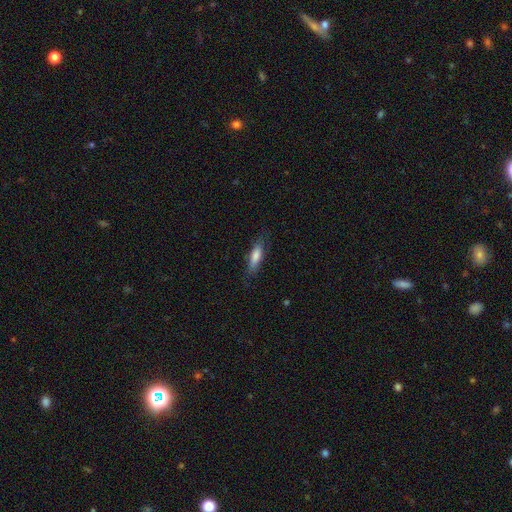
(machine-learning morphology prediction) A smooth galaxy with no disk features (72%) that is cigar-shaped (65%).

Vote fractions:
- Smooth or featured? smooth: 72% / featured or disk: 22% / star or artifact: 7%
- How rounded? cigar-shaped: 65% / in between: 33% / round: 2%
- Merging? none: 78% / minor disturbance: 16% / major disturbance: 4% / merger: 1%